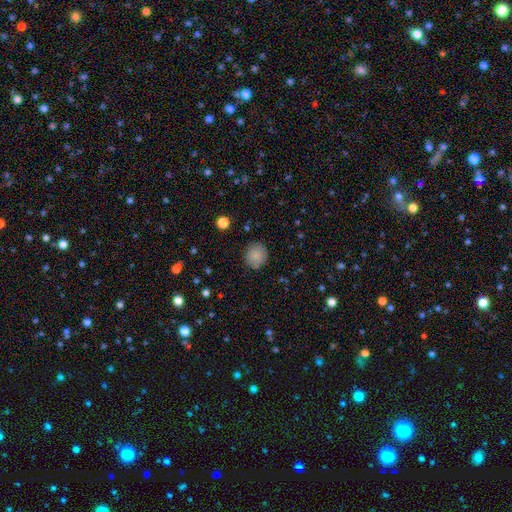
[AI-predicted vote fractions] Smooth or featured? smooth (84%)
How rounded? round (83%)
Merging? none (85%)